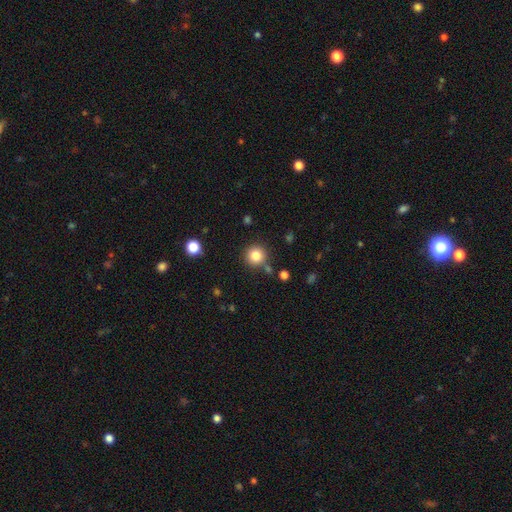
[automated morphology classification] A smooth galaxy with no disk features (83%) that is round (94%). Merging: none (84%).